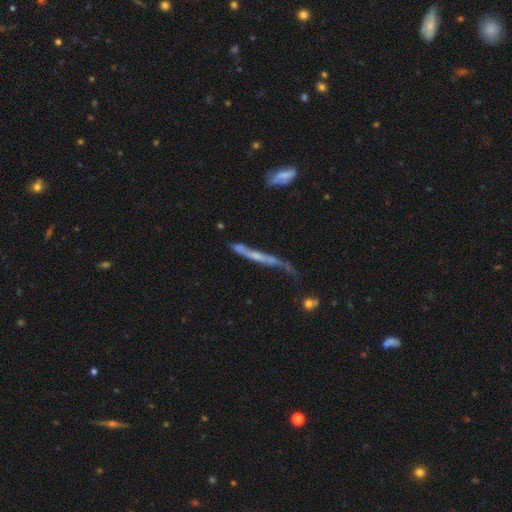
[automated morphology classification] Smooth or featured? Predicted: featured or disk (p=0.61). Edge-on disk? Predicted: yes (p=0.71). Merging? Predicted: none (p=0.35).